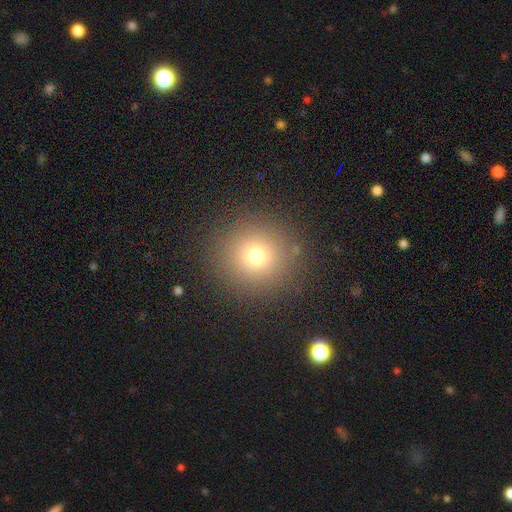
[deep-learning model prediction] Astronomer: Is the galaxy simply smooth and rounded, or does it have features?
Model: smooth — 72%.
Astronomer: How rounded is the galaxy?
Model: round — 94%.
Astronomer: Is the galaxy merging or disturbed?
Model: none — 89%.